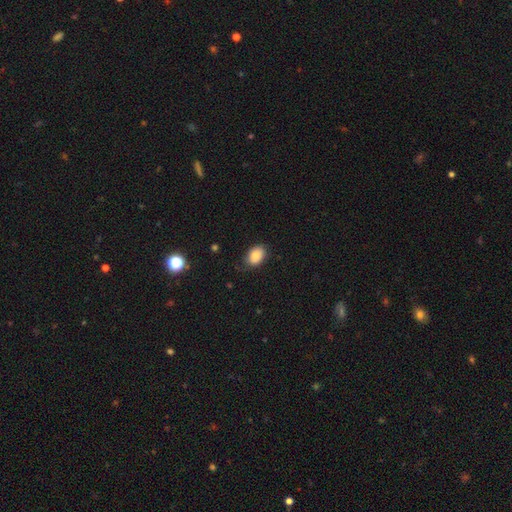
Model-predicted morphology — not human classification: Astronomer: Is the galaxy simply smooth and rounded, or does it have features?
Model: smooth — 83%.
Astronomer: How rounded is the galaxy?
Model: in between — 81%.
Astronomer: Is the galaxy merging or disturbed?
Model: none — 73%.